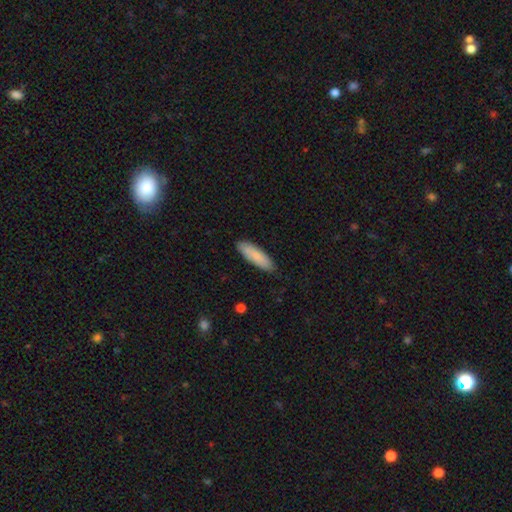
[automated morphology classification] Overall: smooth (86%). How rounded: cigar-shaped (55%; in between 43%). Merging: none (87%).